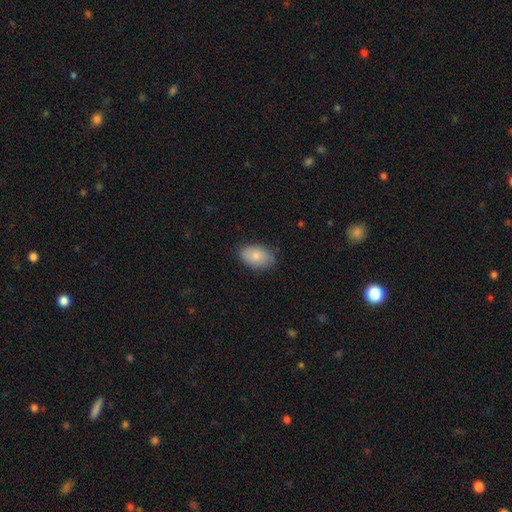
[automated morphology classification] Smooth or featured? Predicted: smooth (p=0.81). How rounded? Predicted: in between (p=0.90). Merging? Predicted: none (p=0.80).